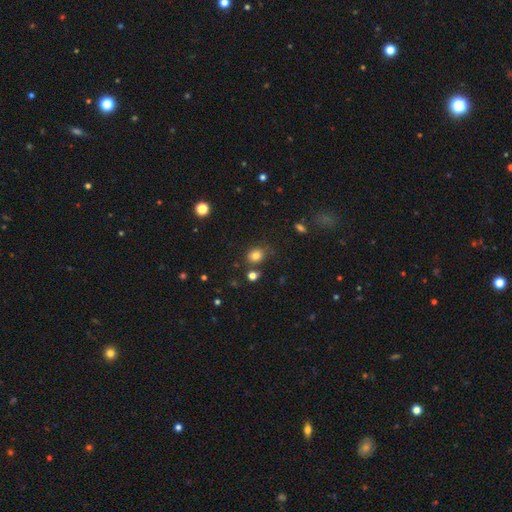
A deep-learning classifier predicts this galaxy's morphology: Overall: smooth (79%). How rounded: round (60%; in between 39%). Merging: none (73%).